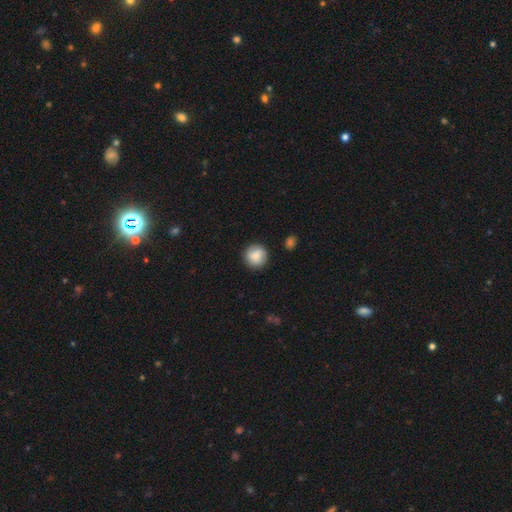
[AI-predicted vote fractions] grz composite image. It shows a smooth galaxy with no disk features (80%) that is round (94%). Merging: none (87%).